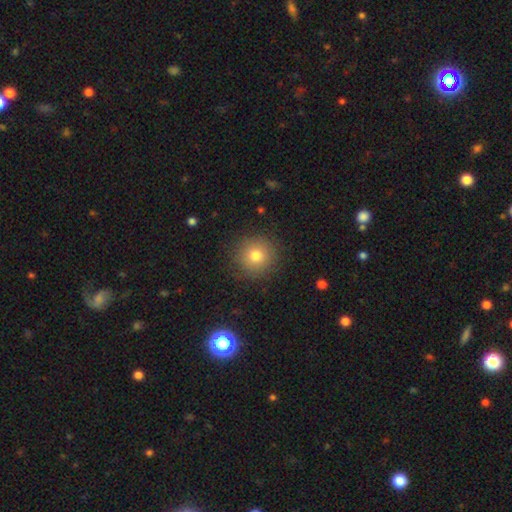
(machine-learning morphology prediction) Q: Smooth or featured?
A: smooth (77%); runner-up: star or artifact (13%)
Q: How rounded?
A: round (94%); runner-up: in between (5%)
Q: Merging?
A: none (89%); runner-up: minor disturbance (7%)